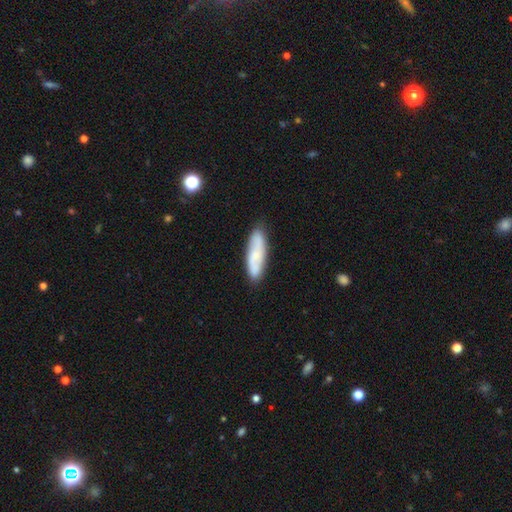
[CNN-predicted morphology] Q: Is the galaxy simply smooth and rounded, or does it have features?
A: smooth — 56%.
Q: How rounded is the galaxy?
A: cigar-shaped — 59%.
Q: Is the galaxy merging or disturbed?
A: none — 82%.